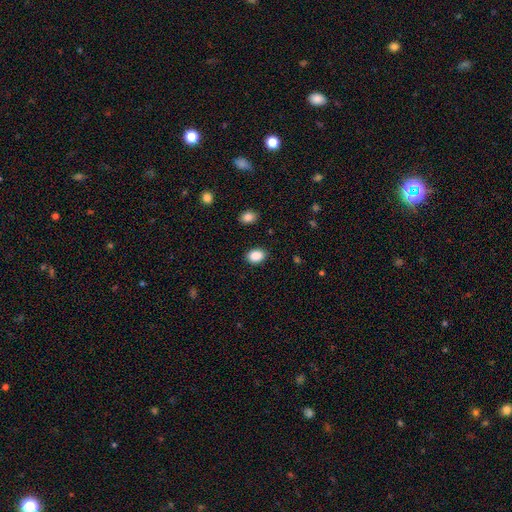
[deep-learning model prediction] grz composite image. It shows a smooth galaxy with no disk features (88%) that is in between round and cigar-shaped (71%). Merging: none (87%).